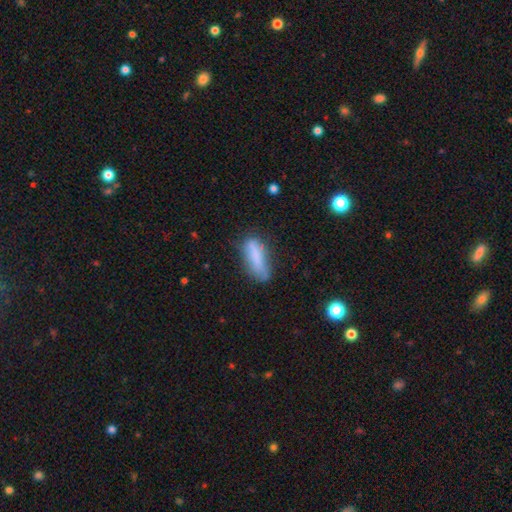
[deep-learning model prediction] Smooth or featured?
  - smooth: 74% *
  - featured or disk: 17%
  - star or artifact: 8%
How rounded?
  - in between: 53% *
  - cigar-shaped: 45%
  - round: 2%
Merging?
  - none: 56% *
  - minor disturbance: 29%
  - major disturbance: 11%
  - merger: 4%